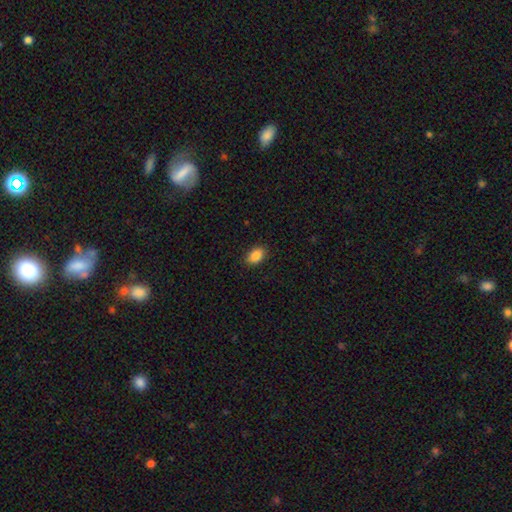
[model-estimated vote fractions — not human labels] smooth 88%, star or artifact 8%, featured or disk 4%. Down the decision tree: how rounded — in between (88%); merging — none (88%).